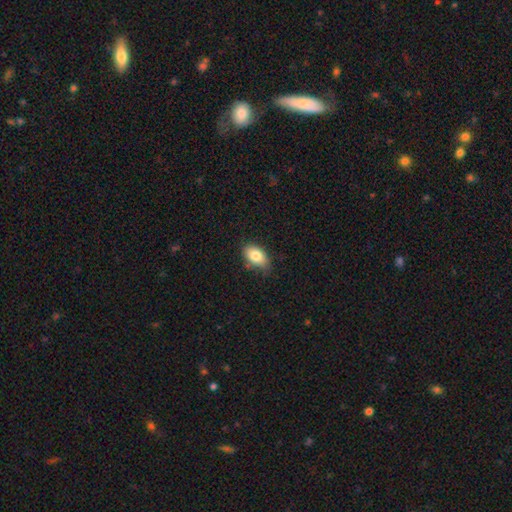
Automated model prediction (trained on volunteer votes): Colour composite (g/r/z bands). It shows a smooth galaxy with no disk features (83%) that is in between round and cigar-shaped (90%). Merging: none (73%).